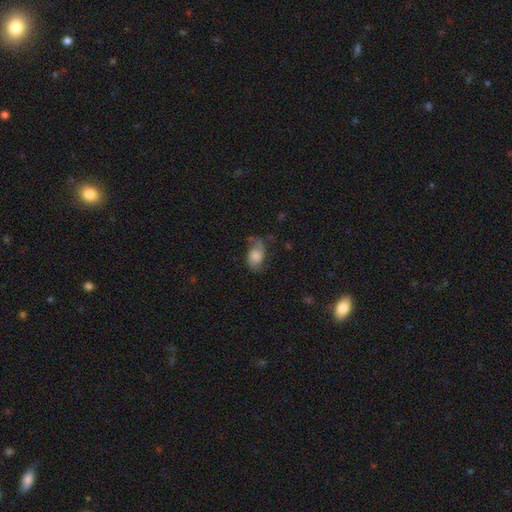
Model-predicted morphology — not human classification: Smooth or featured: smooth — 60% (featured or disk — 31%)
How rounded: in between — 83% (round — 15%)
Merging: none — 51% (minor disturbance — 29%)